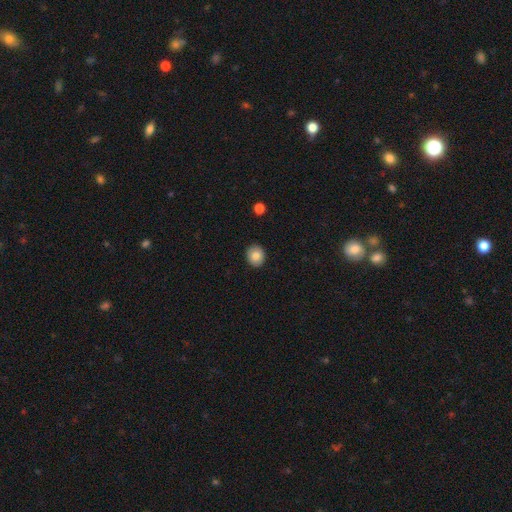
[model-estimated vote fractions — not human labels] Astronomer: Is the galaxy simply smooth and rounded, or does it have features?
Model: smooth — 82%.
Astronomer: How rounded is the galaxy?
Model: round — 76%.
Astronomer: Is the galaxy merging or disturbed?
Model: none — 90%.